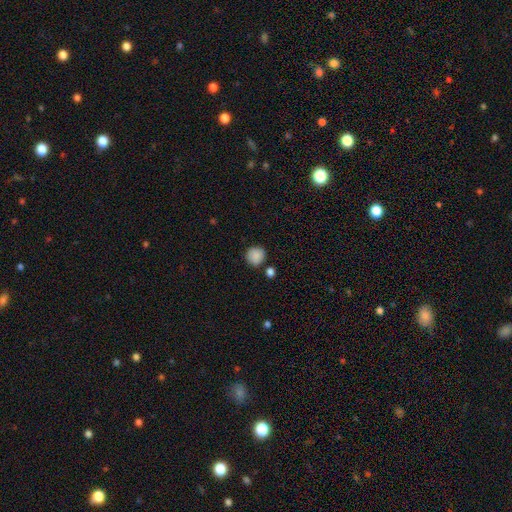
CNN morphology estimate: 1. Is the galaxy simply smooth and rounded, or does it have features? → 86% smooth, 8% star or artifact, 6% featured or disk.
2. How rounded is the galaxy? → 90% round, 9% in between, 1% cigar-shaped.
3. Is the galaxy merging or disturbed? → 78% none, 12% minor disturbance, 6% merger, 3% major disturbance.